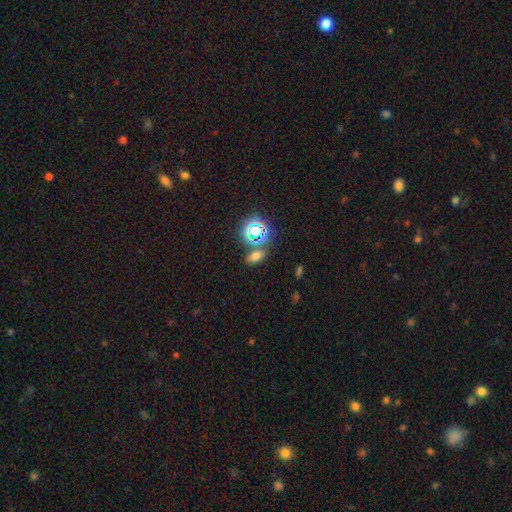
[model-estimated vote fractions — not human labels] smooth_or_featured: smooth (p=0.59) [alt: star or artifact p=0.32]
how_rounded: in between (p=0.80) [alt: round p=0.15]
merging: none (p=0.73) [alt: merger p=0.12]